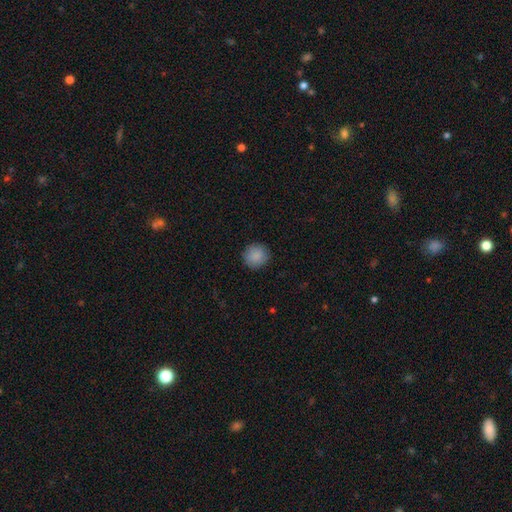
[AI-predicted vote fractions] A smooth galaxy with no disk features (88%) that is round (92%).

Vote fractions:
- Smooth or featured? smooth: 88% / star or artifact: 8% / featured or disk: 4%
- How rounded? round: 92% / in between: 7% / cigar-shaped: 1%
- Merging? none: 90% / minor disturbance: 7% / major disturbance: 2% / merger: 1%